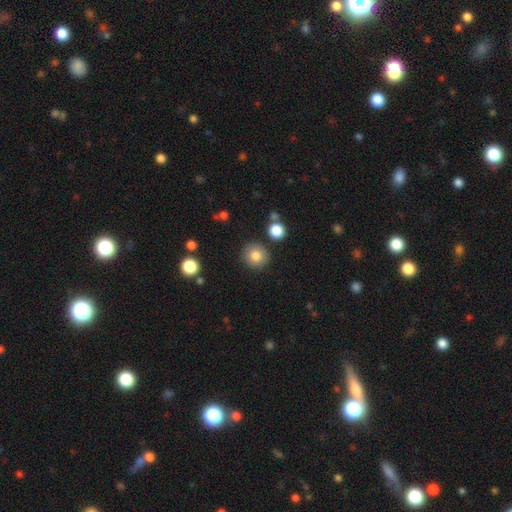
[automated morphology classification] The model was most divided on "smooth or featured": smooth: 83%, star or artifact: 9%, featured or disk: 8%. More confident: how rounded — round (89%); merging — none (86%).